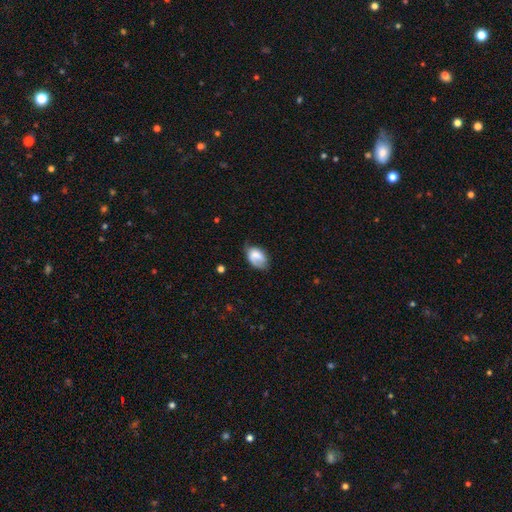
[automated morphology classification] Overall: smooth (70%). How rounded: in between (85%). Merging: none (44%; minor disturbance 39%).